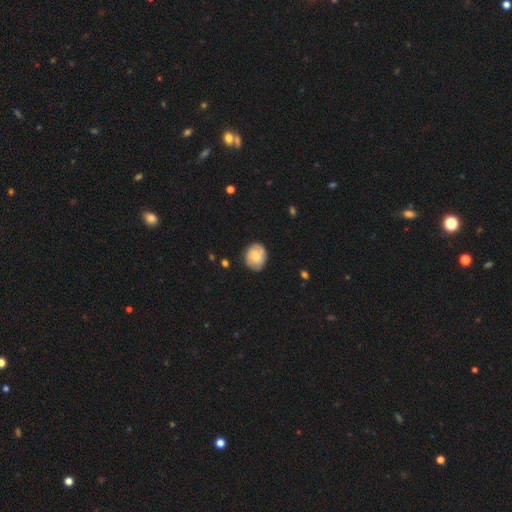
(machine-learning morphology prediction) type=smooth (61%); roundness=round (68%); merging=none (78%).